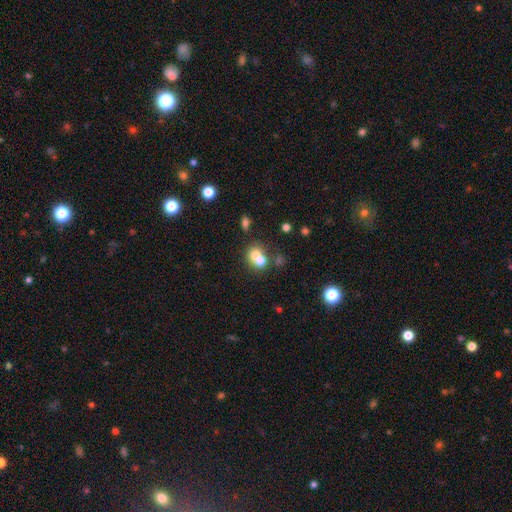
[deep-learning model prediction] smooth_or_featured: smooth (p=0.68) [alt: featured or disk p=0.20]
how_rounded: round (p=0.68) [alt: in between p=0.31]
merging: merger (p=0.61) [alt: none p=0.28]